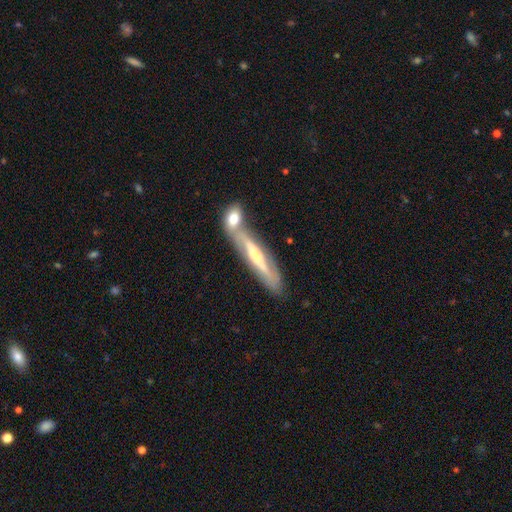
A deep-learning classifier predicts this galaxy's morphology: Smooth or featured? featured or disk (62%)
Edge-on disk? yes (80%)
Merging? none (56%)